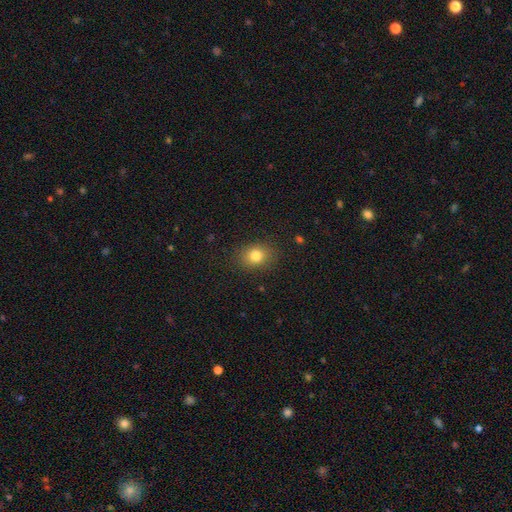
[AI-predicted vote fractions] Smooth or featured? Predicted: smooth (p=0.80). How rounded? Predicted: in between (p=0.50). Merging? Predicted: none (p=0.86).